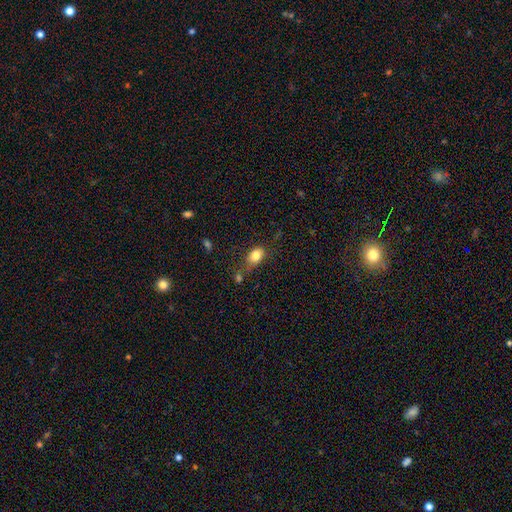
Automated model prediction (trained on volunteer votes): Smooth or featured? Predicted: smooth (p=0.81). How rounded? Predicted: in between (p=0.77). Merging? Predicted: none (p=0.60).